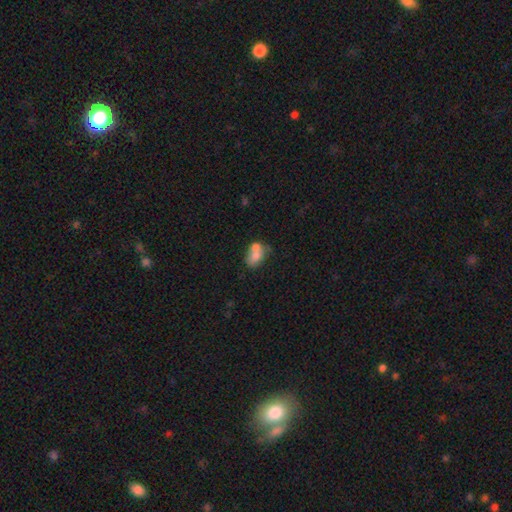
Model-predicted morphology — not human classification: This appears to be a smooth galaxy with no disk features (70%) that is in between round and cigar-shaped (72%). Merging: merger (56%).